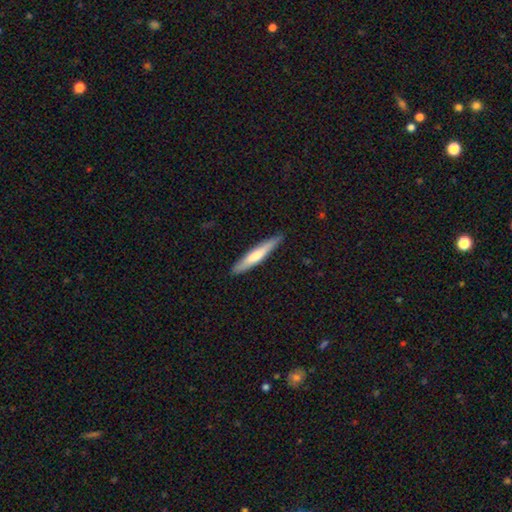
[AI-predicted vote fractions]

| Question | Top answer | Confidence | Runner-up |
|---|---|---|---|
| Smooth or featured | smooth | 58% | featured or disk (37%) |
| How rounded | cigar-shaped | 93% | in between (6%) |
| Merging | none | 89% | minor disturbance (9%) |